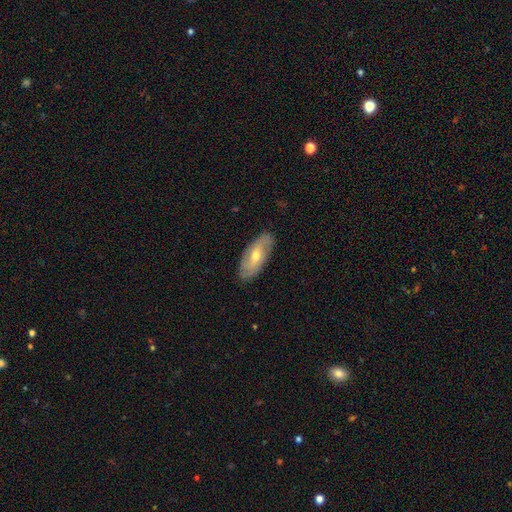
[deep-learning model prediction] Overall: featured or disk (61%; smooth 32%). Edge-on disk: no (85%). Bar: no (48%; weak 39%). Spiral arms: yes (77%). Bulge size: moderate (57%; small 39%). Merging: none (85%).